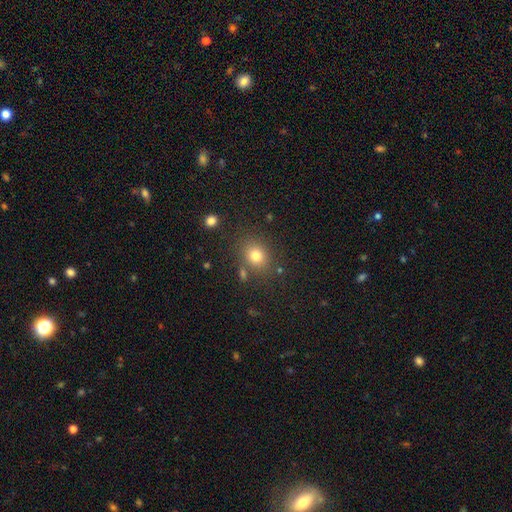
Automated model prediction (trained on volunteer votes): Smooth or featured: smooth — 78% (star or artifact — 14%)
How rounded: round — 65% (in between — 34%)
Merging: none — 77% (minor disturbance — 11%)